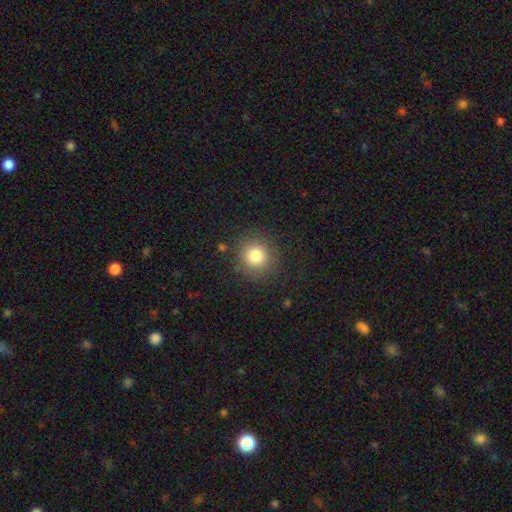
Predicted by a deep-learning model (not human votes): Morphology: type=smooth (81%); roundness=round (91%); merging=none (87%).